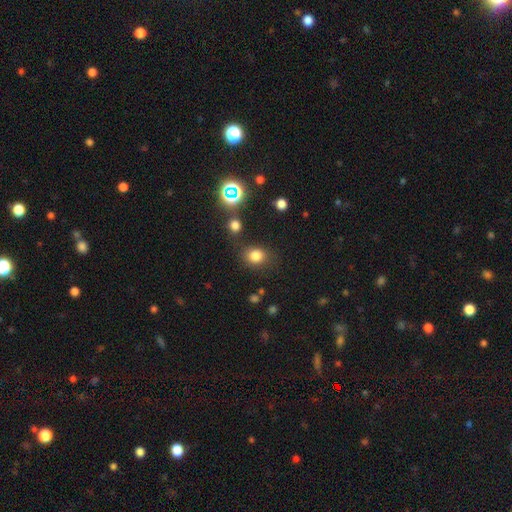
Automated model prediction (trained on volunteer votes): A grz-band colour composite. It shows a smooth galaxy with no disk features (78%) that is round (65%). Merging: none (77%).